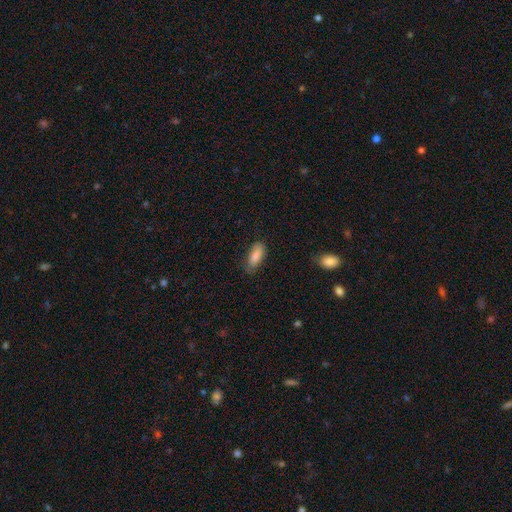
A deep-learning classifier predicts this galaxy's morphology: Smooth or featured? Predicted: smooth (p=0.86). How rounded? Predicted: in between (p=0.81). Merging? Predicted: none (p=0.73).